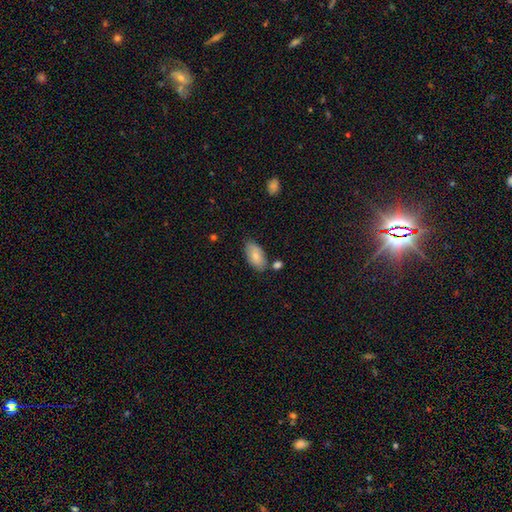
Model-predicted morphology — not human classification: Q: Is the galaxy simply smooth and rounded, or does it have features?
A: smooth — 79%.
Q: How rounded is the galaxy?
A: in between — 94%.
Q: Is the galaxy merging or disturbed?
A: none — 74%.